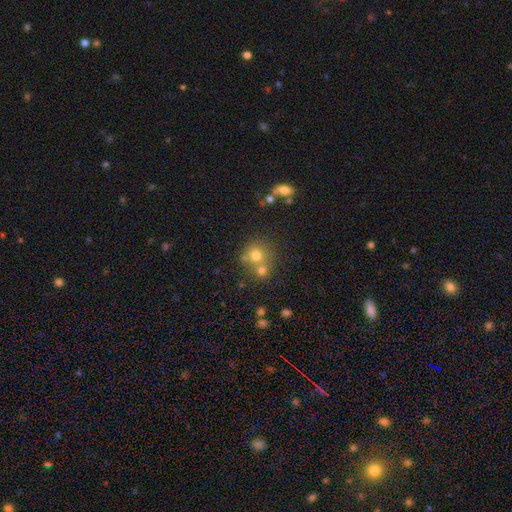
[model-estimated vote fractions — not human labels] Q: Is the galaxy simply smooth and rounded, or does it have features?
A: smooth — 69%.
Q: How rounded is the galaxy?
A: round — 85%.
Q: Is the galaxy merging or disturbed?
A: none — 52%.